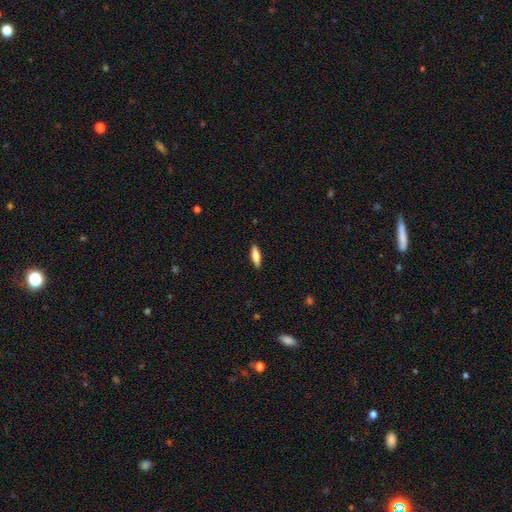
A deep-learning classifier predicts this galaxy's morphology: Overall: smooth (71%). How rounded: cigar-shaped (56%; in between 42%). Merging: none (89%).